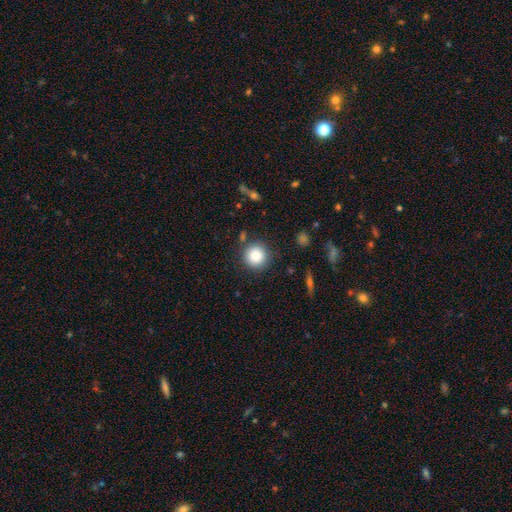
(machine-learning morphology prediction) Smooth or featured? Predicted: smooth (p=0.86). How rounded? Predicted: round (p=0.94). Merging? Predicted: none (p=0.86).